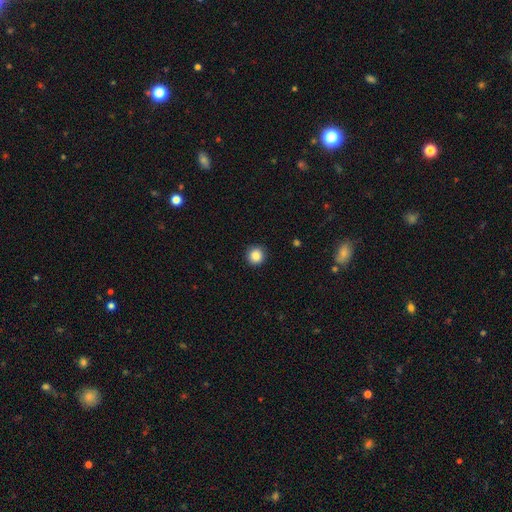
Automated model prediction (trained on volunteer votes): This is clearly a smooth galaxy (88%). How rounded: clearly round (94%). Merging: clearly none (92%).